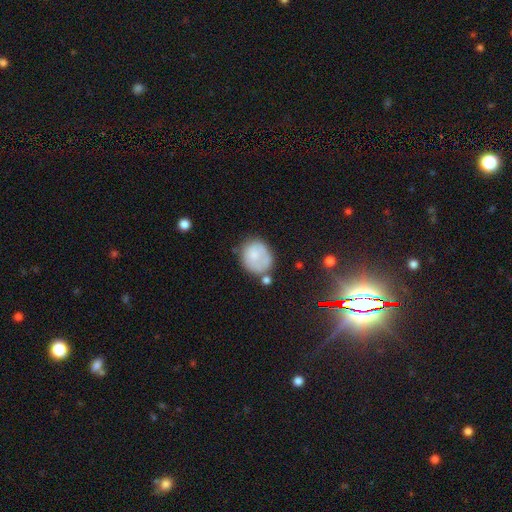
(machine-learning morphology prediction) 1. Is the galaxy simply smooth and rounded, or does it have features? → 72% smooth, 19% featured or disk, 8% star or artifact.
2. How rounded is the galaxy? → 72% round, 27% in between, 1% cigar-shaped.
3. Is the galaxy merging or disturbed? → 55% none, 25% minor disturbance, 11% major disturbance, 10% merger.